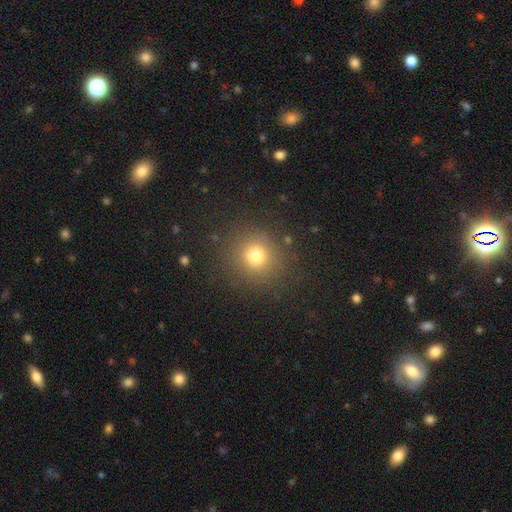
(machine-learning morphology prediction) smooth_or_featured: smooth (p=0.75) [alt: star or artifact p=0.16]
how_rounded: round (p=0.89) [alt: in between p=0.10]
merging: none (p=0.86) [alt: minor disturbance p=0.09]